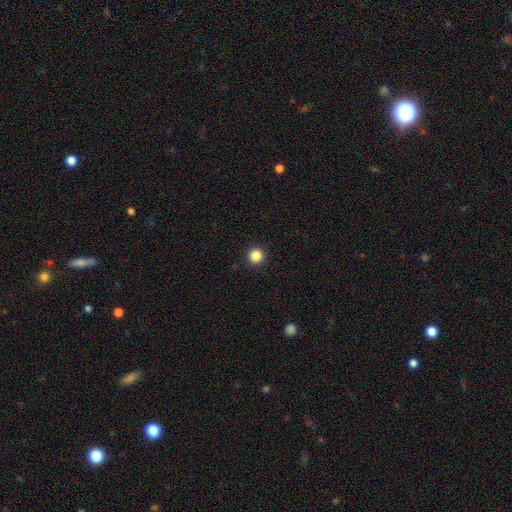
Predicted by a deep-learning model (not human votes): Morphology: type=smooth (86%); roundness=round (95%); merging=none (93%).